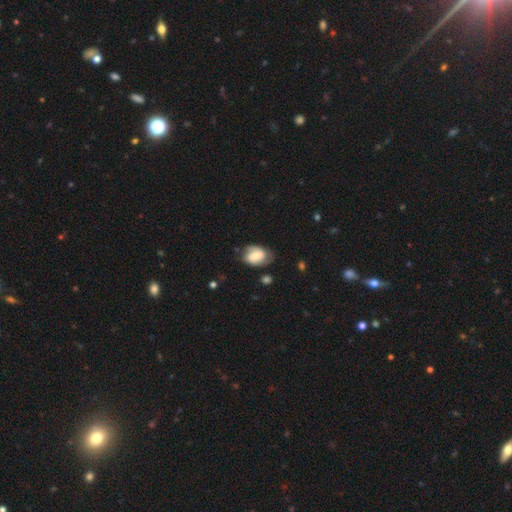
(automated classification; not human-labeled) smooth_or_featured: smooth (p=0.46) [tied with: featured or disk p=0.46]
merging: none (p=0.61) [alt: minor disturbance p=0.27]